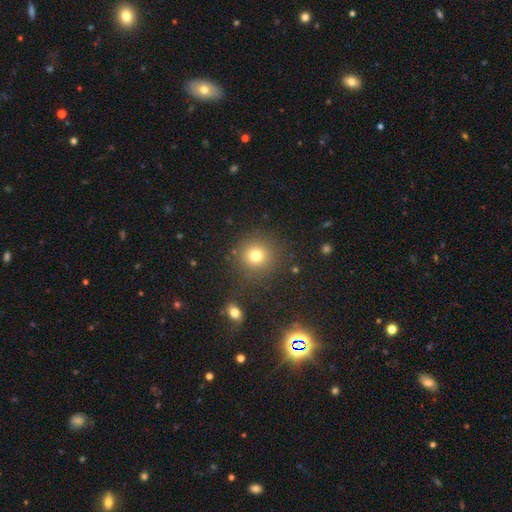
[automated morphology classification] Smooth or featured? Predicted: smooth (p=0.76). How rounded? Predicted: round (p=0.91). Merging? Predicted: none (p=0.84).